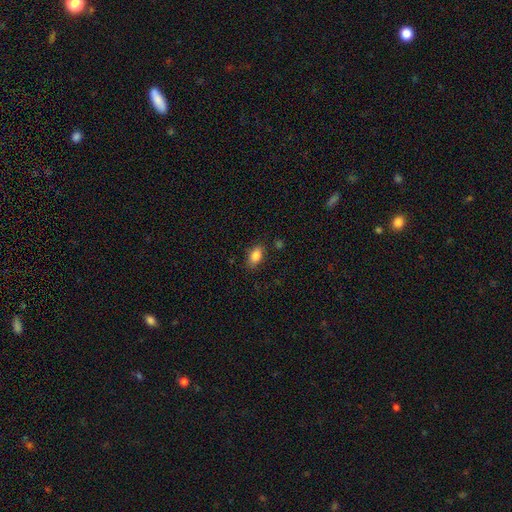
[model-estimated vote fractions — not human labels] This is clearly a smooth galaxy (85%). How rounded: clearly in between (89%). Merging: clearly none (83%).